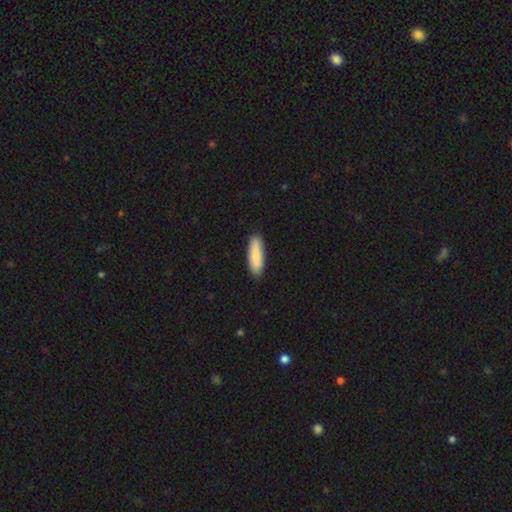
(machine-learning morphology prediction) A smooth galaxy with no disk features (82%) that is cigar-shaped (53%).

Vote fractions:
- Smooth or featured? smooth: 82% / featured or disk: 13% / star or artifact: 5%
- How rounded? cigar-shaped: 53% / in between: 45% / round: 2%
- Merging? none: 87% / minor disturbance: 10% / major disturbance: 2% / merger: 1%